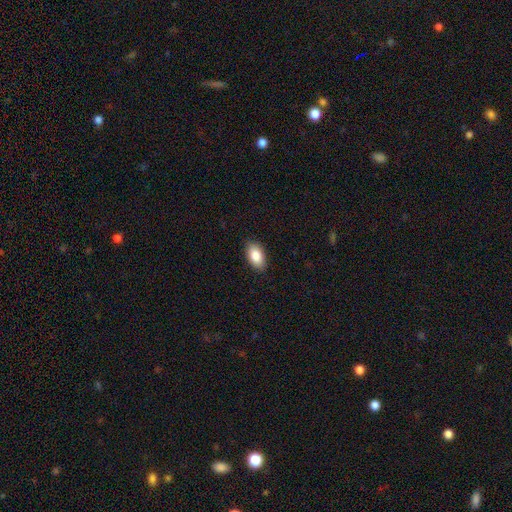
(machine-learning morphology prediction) A smooth galaxy with no disk features (86%) that is in between round and cigar-shaped (93%). Merging: none (89%).